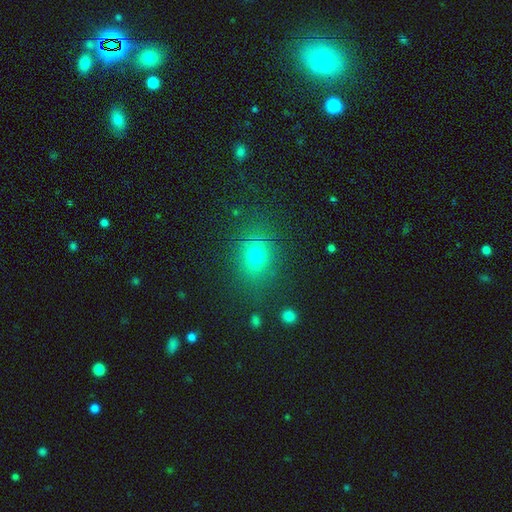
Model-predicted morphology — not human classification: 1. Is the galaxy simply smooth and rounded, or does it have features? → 71% smooth, 19% star or artifact, 10% featured or disk.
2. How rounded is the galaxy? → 53% round, 45% in between, 2% cigar-shaped.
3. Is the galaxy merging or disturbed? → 78% none, 13% minor disturbance, 6% major disturbance, 3% merger.